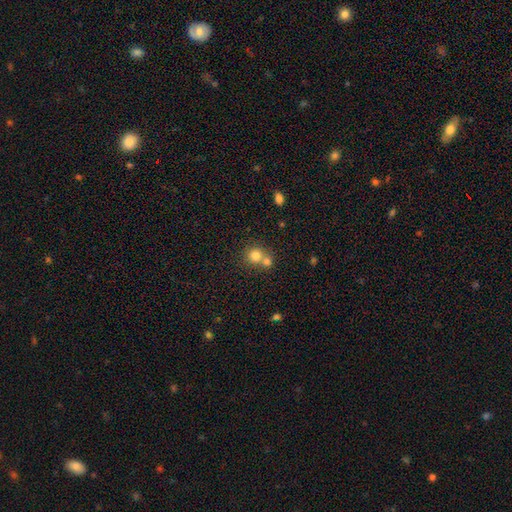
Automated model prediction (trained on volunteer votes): Smooth or featured? smooth (77%)
How rounded? round (88%)
Merging? merger (46%)